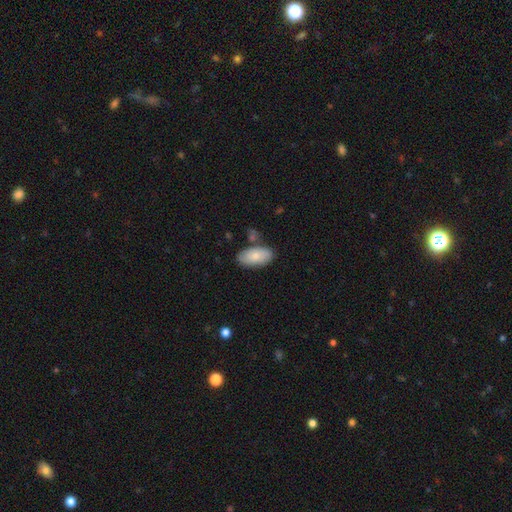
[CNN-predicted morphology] This appears to be a smooth galaxy with no disk features (79%) that is in between round and cigar-shaped (94%). Merging: none (76%).